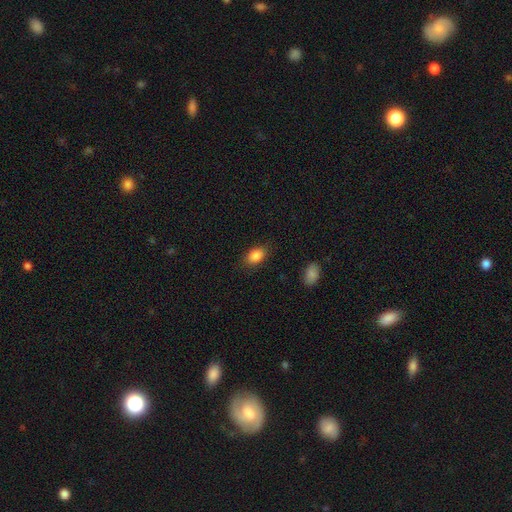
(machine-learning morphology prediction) This is clearly a smooth galaxy (86%). How rounded: clearly in between (86%). Merging: clearly none (84%).